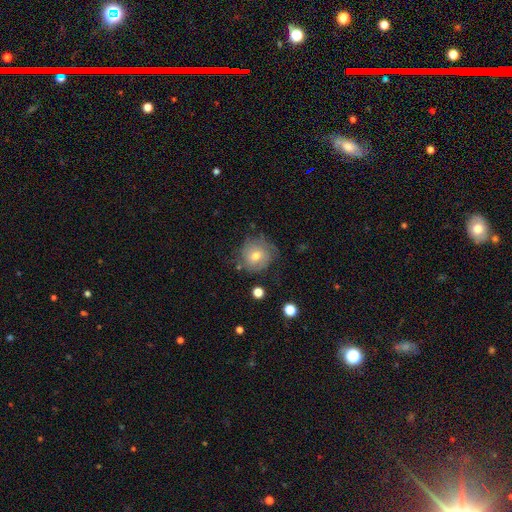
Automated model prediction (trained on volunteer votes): Smooth or featured?
  - smooth: 51% *
  - featured or disk: 40%
  - star or artifact: 9%
How rounded?
  - round: 85% *
  - in between: 14%
  - cigar-shaped: 1%
Merging?
  - none: 63% *
  - minor disturbance: 24%
  - major disturbance: 10%
  - merger: 3%